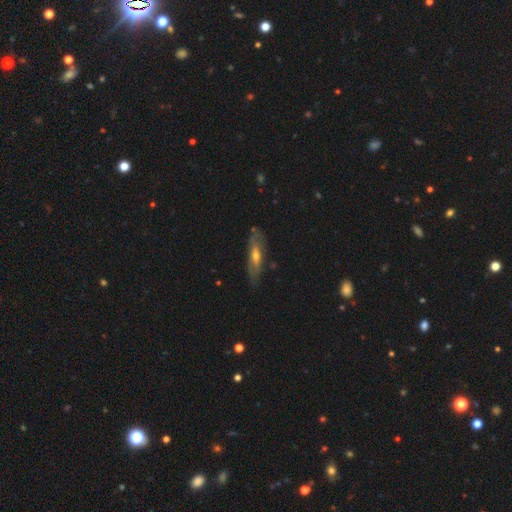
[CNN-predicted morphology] The model was most divided on "edge-on disk": no: 55%, yes: 45%. More confident: merging — none (73%); smooth or featured — featured or disk (61%).